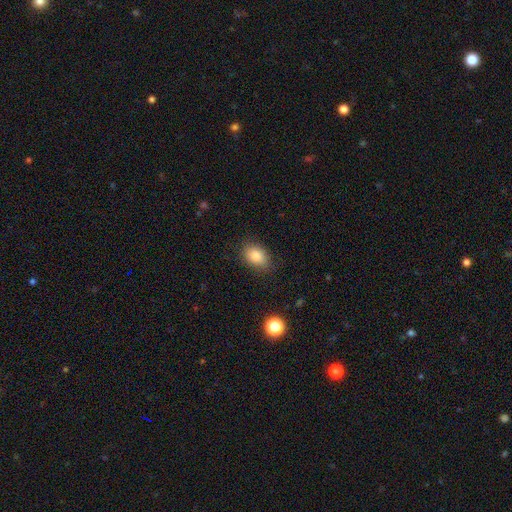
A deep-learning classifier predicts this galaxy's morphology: This appears to be a smooth galaxy with no disk features (84%) that is in between round and cigar-shaped (77%). Merging: none (84%).